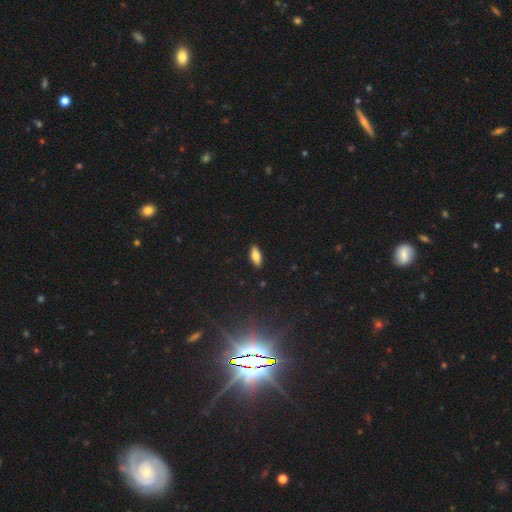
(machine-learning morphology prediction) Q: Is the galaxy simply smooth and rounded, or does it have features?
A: smooth — 79%.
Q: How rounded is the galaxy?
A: in between — 79%.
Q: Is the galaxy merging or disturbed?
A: none — 89%.